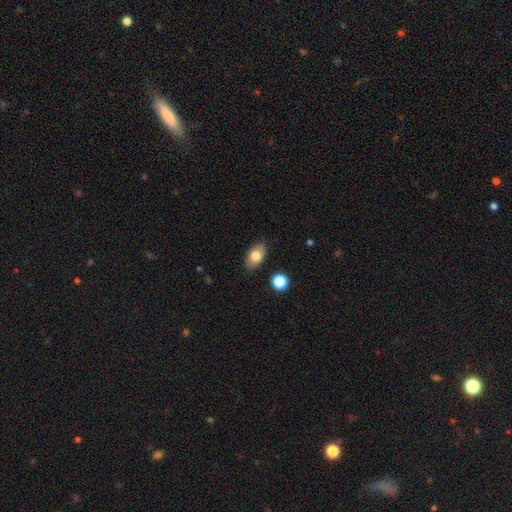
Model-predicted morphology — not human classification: Smooth or featured: smooth — 78% (featured or disk — 15%)
How rounded: in between — 90% (round — 8%)
Merging: none — 86% (minor disturbance — 10%)